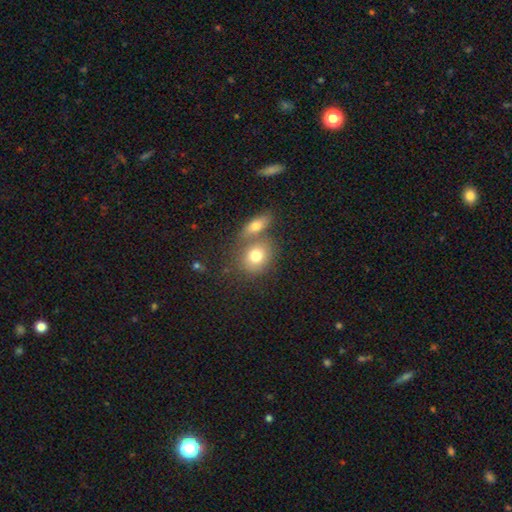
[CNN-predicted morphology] Q: Smooth or featured?
A: smooth (77%); runner-up: featured or disk (14%)
Q: How rounded?
A: round (58%); runner-up: in between (40%)
Q: Merging?
A: none (46%); runner-up: merger (41%)